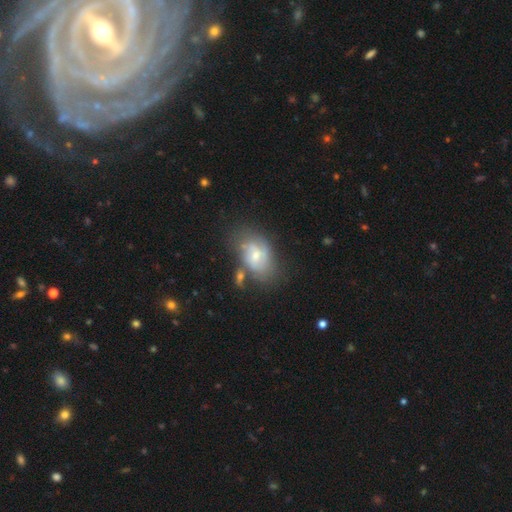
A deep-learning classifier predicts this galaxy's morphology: Smooth or featured: featured or disk — 64% (smooth — 28%)
Edge-on disk: no — 96% (yes — 4%)
Bar: no — 48% (weak — 45%)
Spiral arms: yes — 79% (no — 21%)
Bulge size: moderate — 47% (small — 45%)
Merging: none — 48% (minor disturbance — 24%)